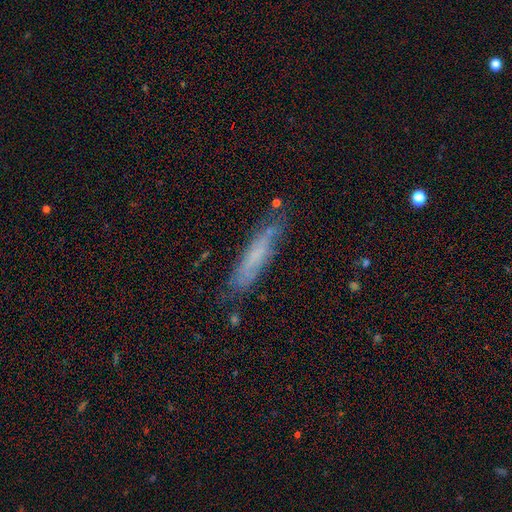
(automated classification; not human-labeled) Overall: smooth (53%; featured or disk 38%). How rounded: cigar-shaped (83%). Merging: none (73%).